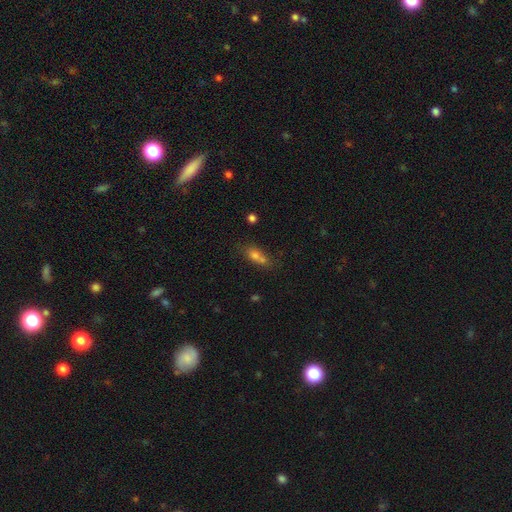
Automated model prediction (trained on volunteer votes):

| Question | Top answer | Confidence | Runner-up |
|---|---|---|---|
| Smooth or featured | smooth | 67% | star or artifact (17%) |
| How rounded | in between | 63% | round (19%) |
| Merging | none | 41% | merger (36%) |